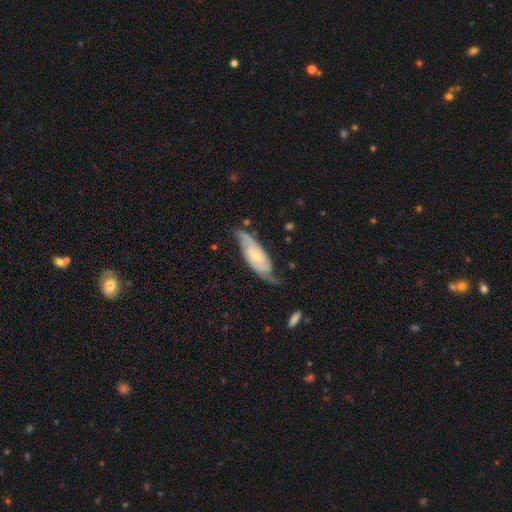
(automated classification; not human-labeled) Smooth or featured? Predicted: featured or disk (p=0.76). Edge-on disk? Predicted: no (p=0.88). Bar? Predicted: no (p=0.60). Spiral arms? Predicted: yes (p=0.94). Spiral winding? Predicted: medium (p=0.42). Spiral arm count? Predicted: 2 (p=0.79). Bulge size? Predicted: small (p=0.61). Merging? Predicted: none (p=0.66).